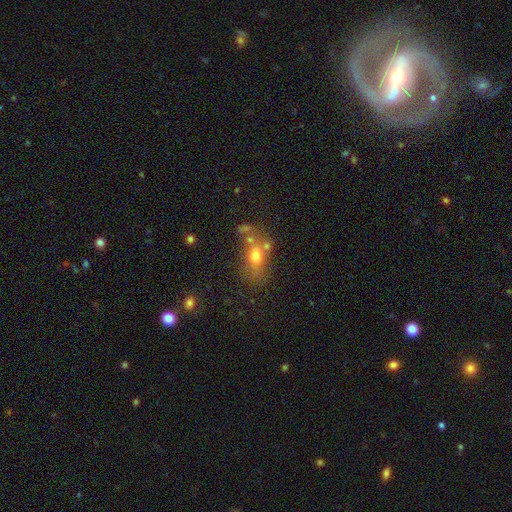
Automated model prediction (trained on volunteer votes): Smooth or featured?
  - smooth: 63% *
  - featured or disk: 22%
  - star or artifact: 15%
How rounded?
  - in between: 66% *
  - round: 29%
  - cigar-shaped: 5%
Merging?
  - none: 47% *
  - merger: 25%
  - minor disturbance: 18%
  - major disturbance: 11%